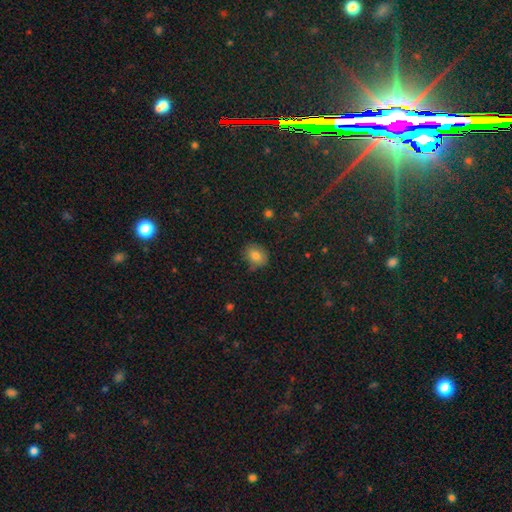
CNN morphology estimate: Smooth or featured? Predicted: smooth (p=0.79). How rounded? Predicted: round (p=0.51). Merging? Predicted: none (p=0.72).